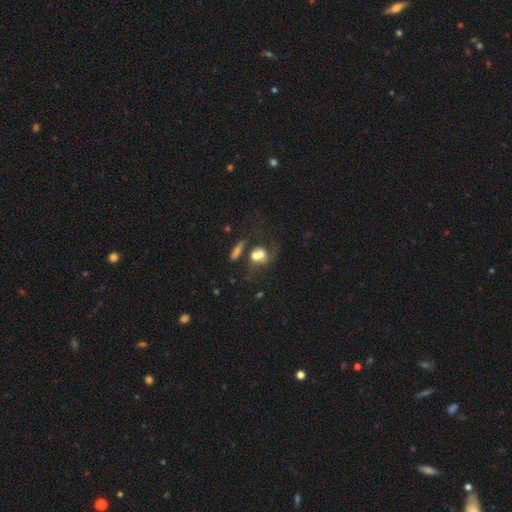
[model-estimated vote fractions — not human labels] smooth-or-featured: smooth: 61% | featured or disk: 27% | star or artifact: 12%
  how-rounded: round: 52% | in between: 44% | cigar-shaped: 4%
  merging: merger: 50% | none: 25% | major disturbance: 15% | minor disturbance: 11%